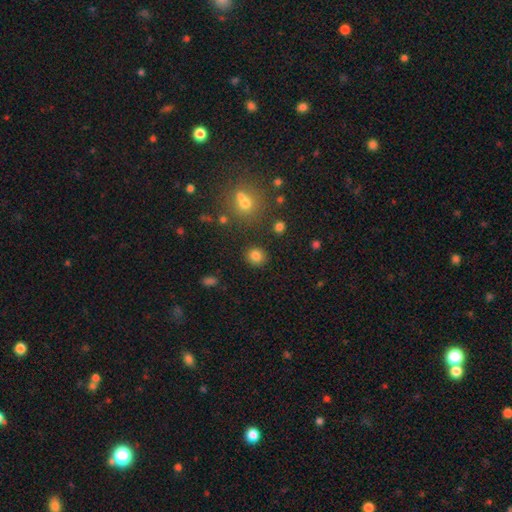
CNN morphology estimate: type=smooth (81%); roundness=round (84%); merging=none (87%).